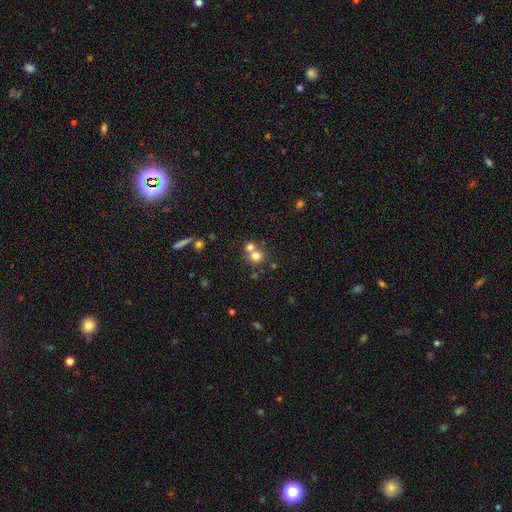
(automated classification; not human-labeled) Smooth or featured? Predicted: smooth (p=0.75). How rounded? Predicted: round (p=0.87). Merging? Predicted: merger (p=0.50).